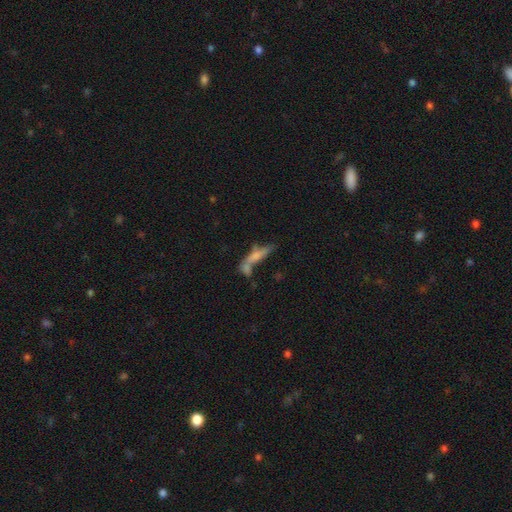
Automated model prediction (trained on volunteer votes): Morphology: type=smooth (53%); roundness=cigar-shaped (73%); merging=merger (39%).